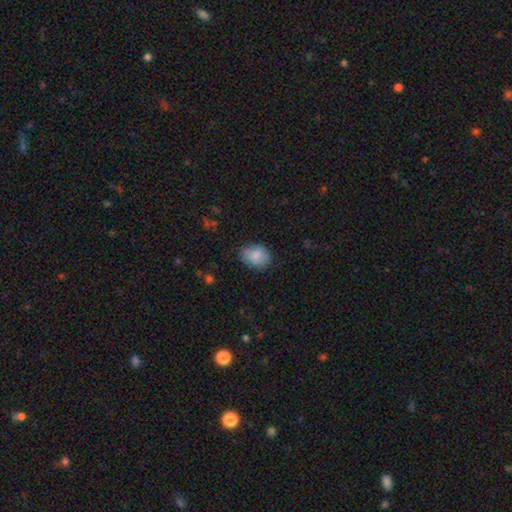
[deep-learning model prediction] Smooth or featured? Predicted: smooth (p=0.83). How rounded? Predicted: in between (p=0.69). Merging? Predicted: none (p=0.75).